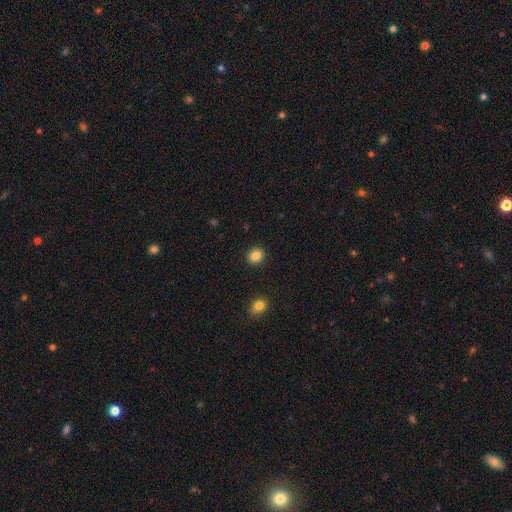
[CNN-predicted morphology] A smooth galaxy with no disk features (86%) that is round (73%). Merging: none (91%).